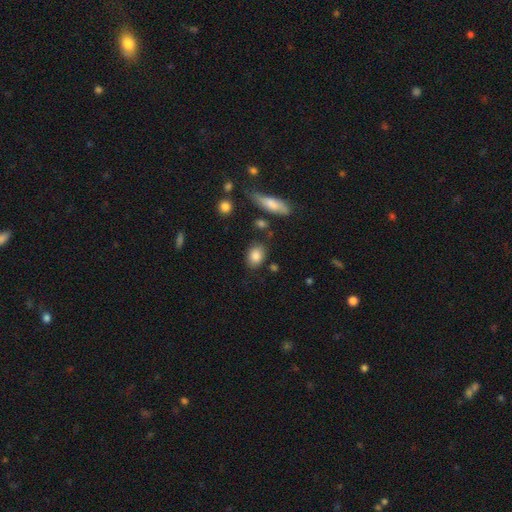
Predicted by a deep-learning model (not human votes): This is clearly a smooth galaxy (85%). How rounded: likely in between (71%). Merging: likely none (78%).